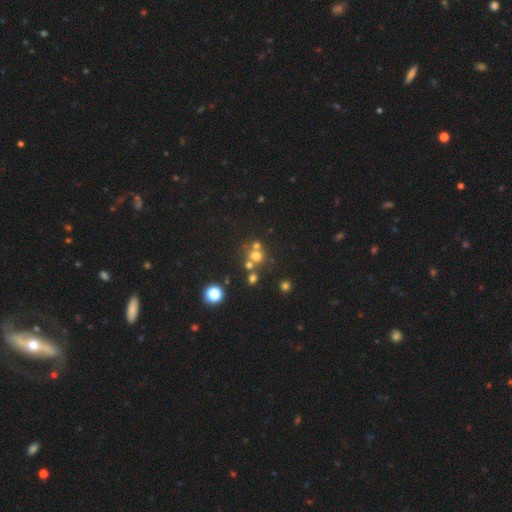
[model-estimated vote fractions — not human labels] smooth 61%, star or artifact 25%, featured or disk 14%. Down the decision tree: how rounded — round (85%); merging — none (53%).